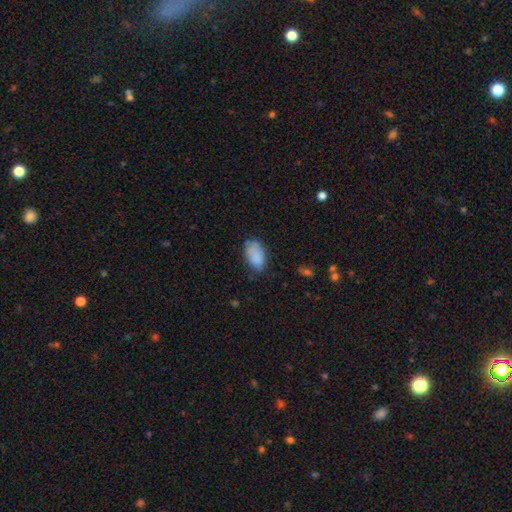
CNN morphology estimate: A smooth galaxy with no disk features (85%) that is in between round and cigar-shaped (93%). Merging: none (64%).